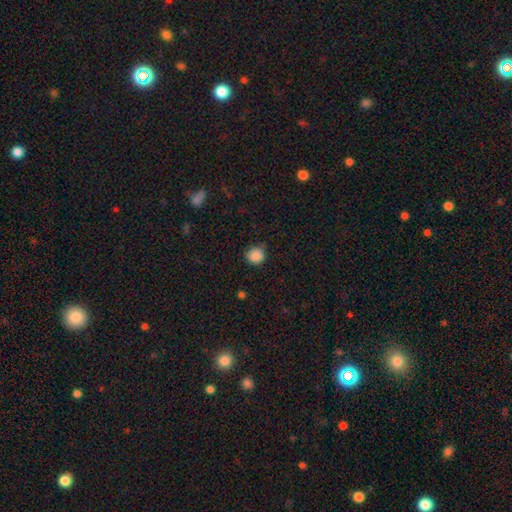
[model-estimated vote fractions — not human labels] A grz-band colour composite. It shows a smooth galaxy with no disk features (87%) that is round (86%). Merging: none (80%).